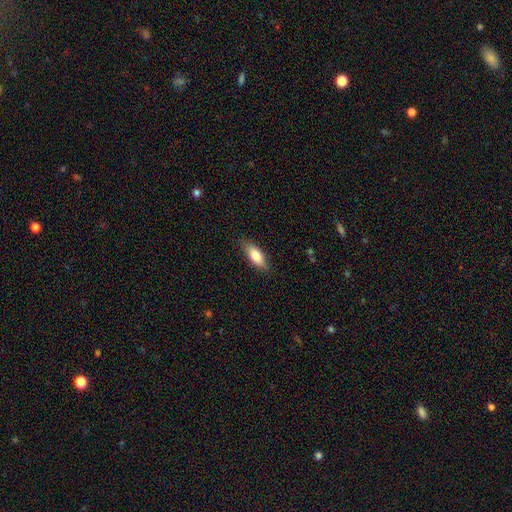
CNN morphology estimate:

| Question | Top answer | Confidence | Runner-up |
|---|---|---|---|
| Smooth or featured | smooth | 77% | featured or disk (17%) |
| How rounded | in between | 74% | cigar-shaped (23%) |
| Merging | none | 83% | minor disturbance (14%) |